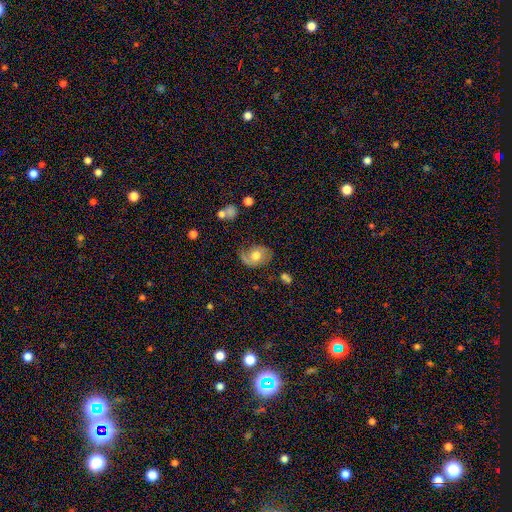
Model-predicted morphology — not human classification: smooth 49%, featured or disk 43%, star or artifact 8%. Down the decision tree: merging — none (50%).